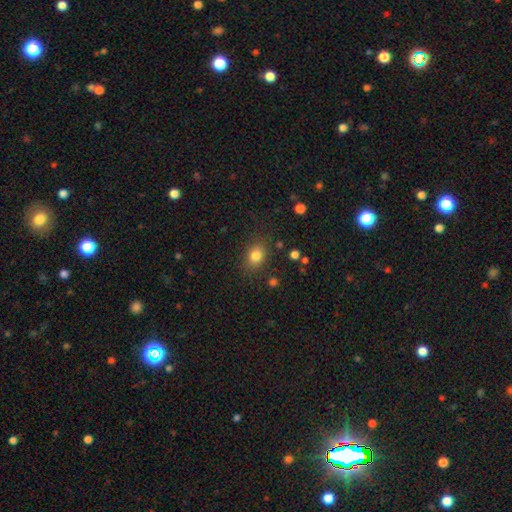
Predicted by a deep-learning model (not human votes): Overall: smooth (82%). How rounded: in between (59%; round 39%). Merging: none (81%).